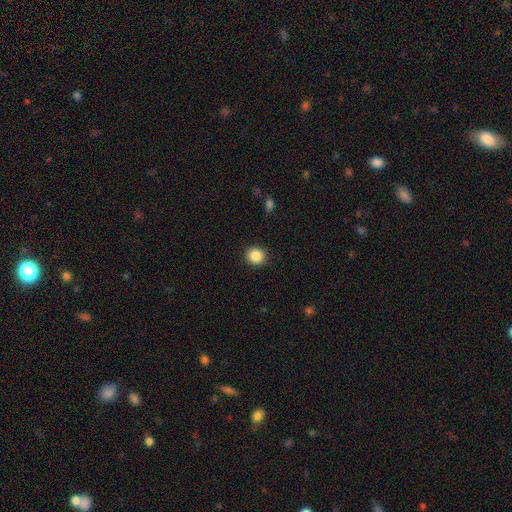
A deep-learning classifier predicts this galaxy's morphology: Smooth or featured: smooth — 87% (star or artifact — 10%)
How rounded: round — 88% (in between — 12%)
Merging: none — 91% (minor disturbance — 6%)